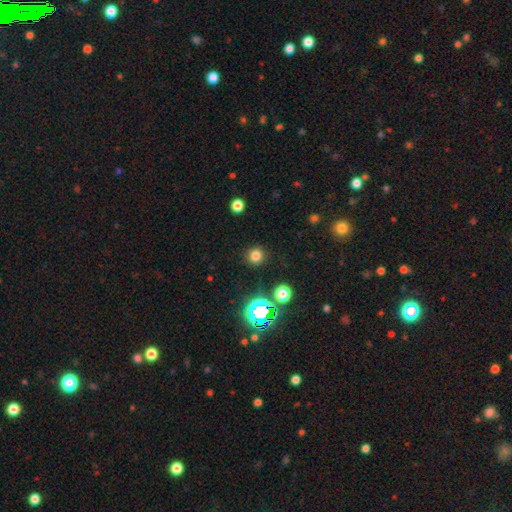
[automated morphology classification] smooth-or-featured: smooth: 74% | star or artifact: 20% | featured or disk: 5%
  how-rounded: round: 92% | in between: 7% | cigar-shaped: 1%
  merging: none: 89% | minor disturbance: 7% | major disturbance: 3% | merger: 2%